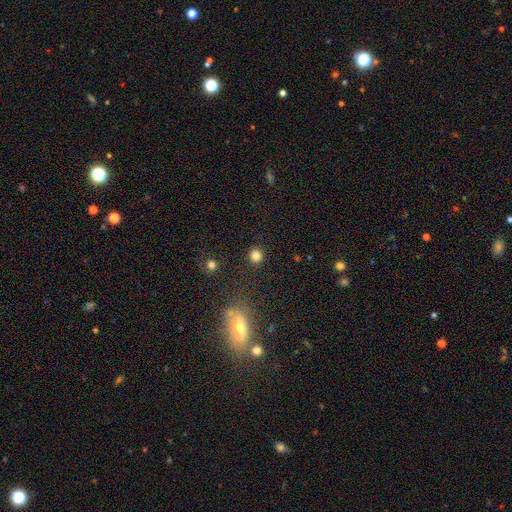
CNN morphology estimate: Smooth or featured? Predicted: smooth (p=0.83). How rounded? Predicted: round (p=0.88). Merging? Predicted: none (p=0.89).